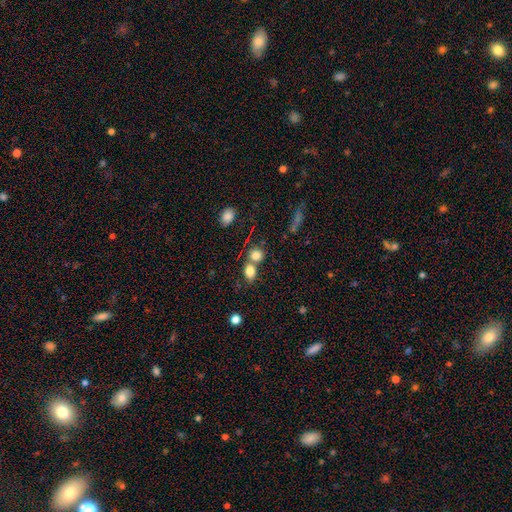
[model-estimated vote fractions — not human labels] The model was most divided on "merging": none: 45%, merger: 44%, minor disturbance: 8%, major disturbance: 3%. Remaining: smooth or featured — smooth (82%); how rounded — round (50%).